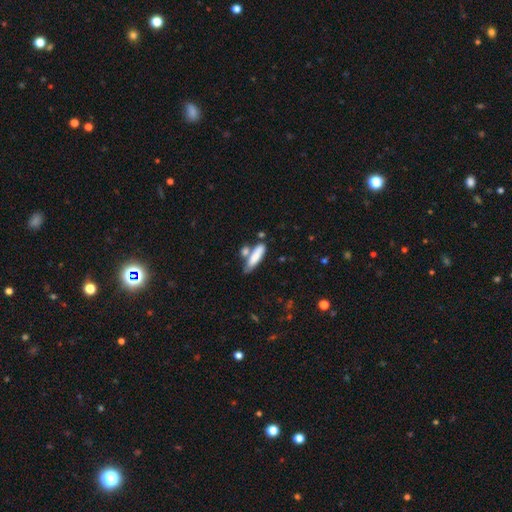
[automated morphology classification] Overall: smooth (80%). How rounded: cigar-shaped (60%; in between 37%). Merging: none (51%; merger 26%).